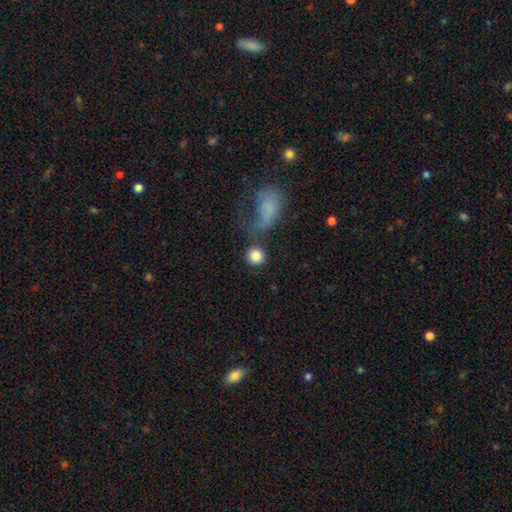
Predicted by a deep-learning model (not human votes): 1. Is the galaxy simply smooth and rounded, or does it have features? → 85% smooth, 8% star or artifact, 7% featured or disk.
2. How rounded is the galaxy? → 91% round, 8% in between, 1% cigar-shaped.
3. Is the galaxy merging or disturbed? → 63% none, 16% merger, 11% minor disturbance, 10% major disturbance.